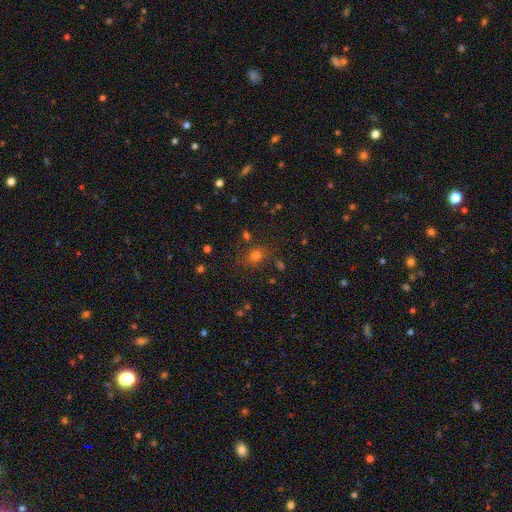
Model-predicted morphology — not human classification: Smooth or featured: smooth — 73% (star or artifact — 19%)
How rounded: round — 58% (in between — 40%)
Merging: none — 76% (minor disturbance — 14%)